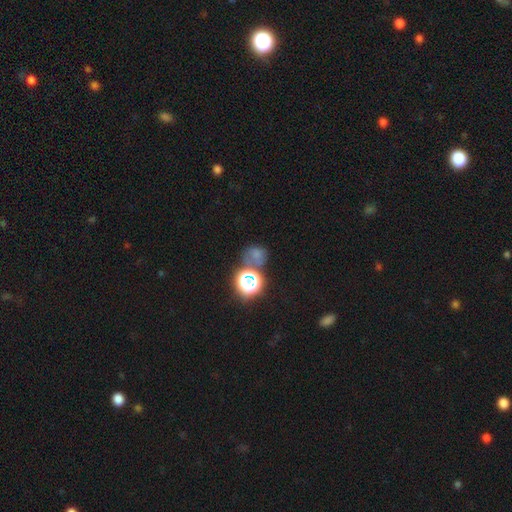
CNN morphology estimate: Smooth or featured? smooth (53%)
How rounded? round (70%)
Merging? none (45%)